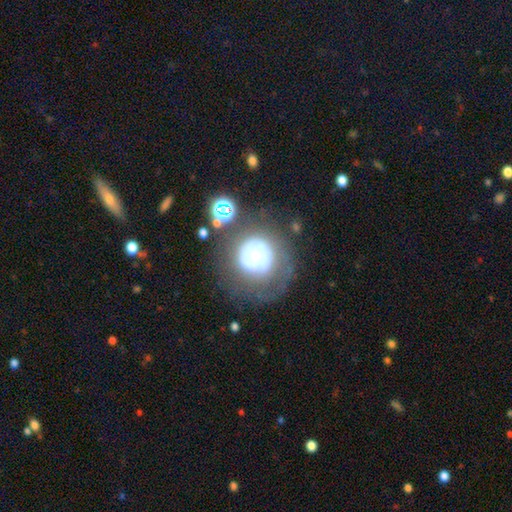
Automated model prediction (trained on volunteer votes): Smooth or featured? featured or disk (47%)
Merging? none (40%)